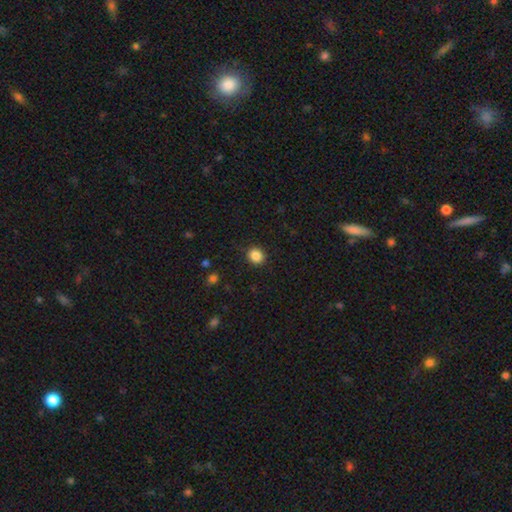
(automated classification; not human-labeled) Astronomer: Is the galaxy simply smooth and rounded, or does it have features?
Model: smooth — 87%.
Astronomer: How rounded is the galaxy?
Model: round — 81%.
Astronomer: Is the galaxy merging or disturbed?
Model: none — 89%.